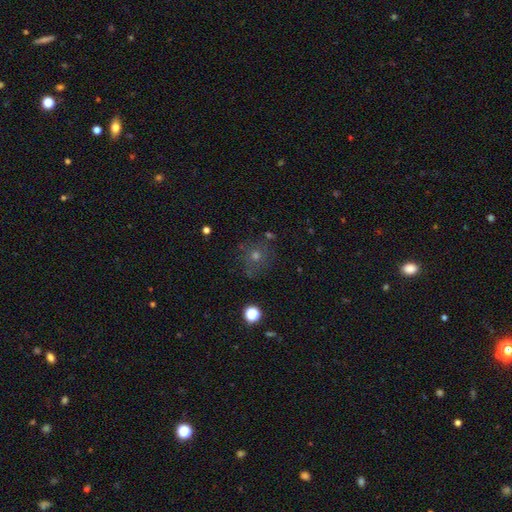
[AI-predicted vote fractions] smooth_or_featured: smooth (p=0.49) [alt: star or artifact p=0.31]
merging: none (p=0.76) [alt: minor disturbance p=0.14]